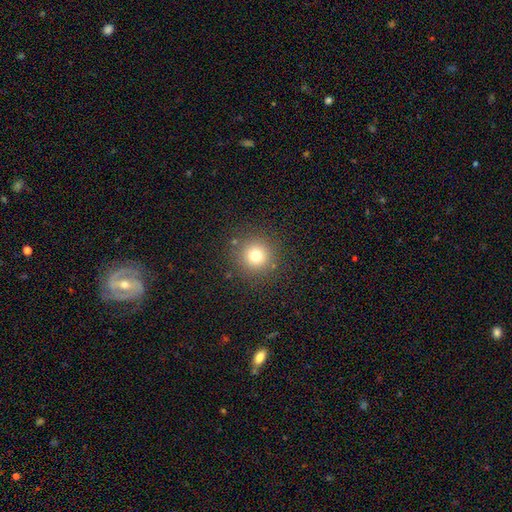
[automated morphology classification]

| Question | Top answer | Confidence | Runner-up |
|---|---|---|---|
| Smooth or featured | smooth | 75% | star or artifact (15%) |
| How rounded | round | 95% | in between (4%) |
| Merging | none | 87% | minor disturbance (7%) |